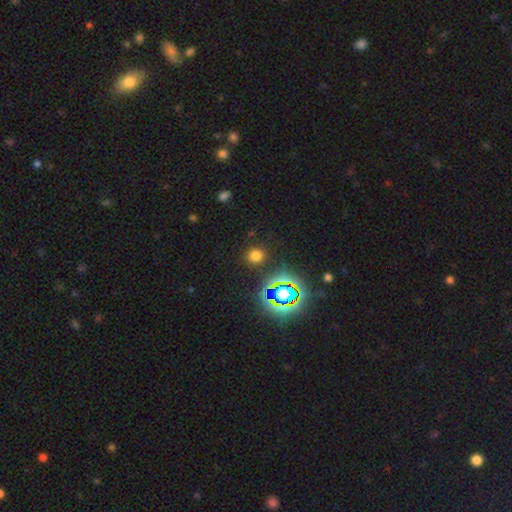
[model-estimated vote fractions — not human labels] This appears to be a smooth galaxy with no disk features (66%) that is round (88%). Merging: none (88%).